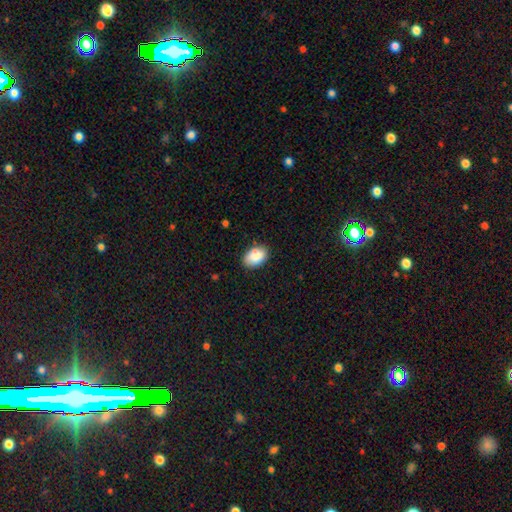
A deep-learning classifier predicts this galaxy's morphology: A smooth galaxy with no disk features (87%) that is in between round and cigar-shaped (87%). Merging: none (79%).